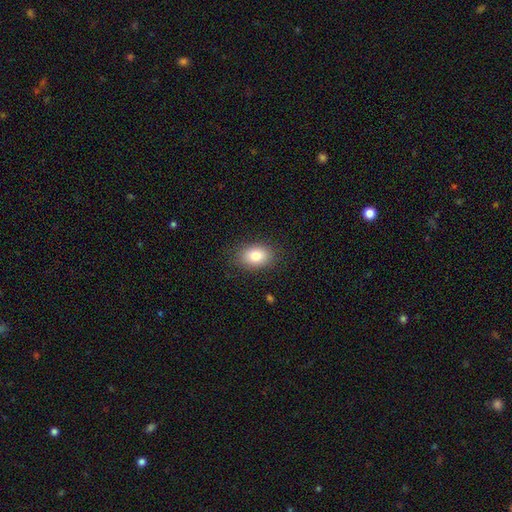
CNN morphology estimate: A smooth galaxy with no disk features (81%) that is in between round and cigar-shaped (79%).

Vote fractions:
- Smooth or featured? smooth: 81% / featured or disk: 10% / star or artifact: 9%
- How rounded? in between: 79% / round: 20% / cigar-shaped: 1%
- Merging? none: 86% / minor disturbance: 10% / major disturbance: 3% / merger: 1%